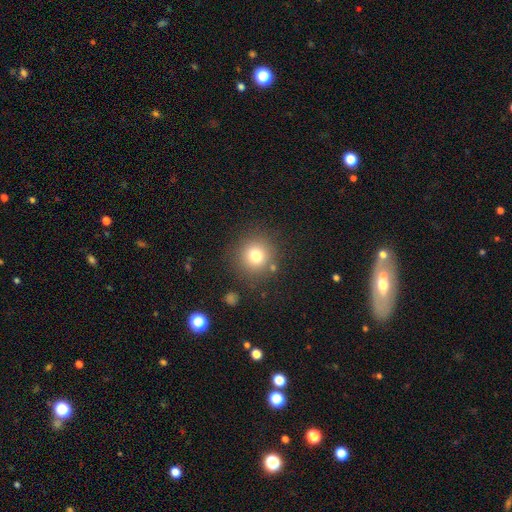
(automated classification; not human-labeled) smooth 76%, star or artifact 14%, featured or disk 10%. Down the decision tree: how rounded — round (93%); merging — none (84%).